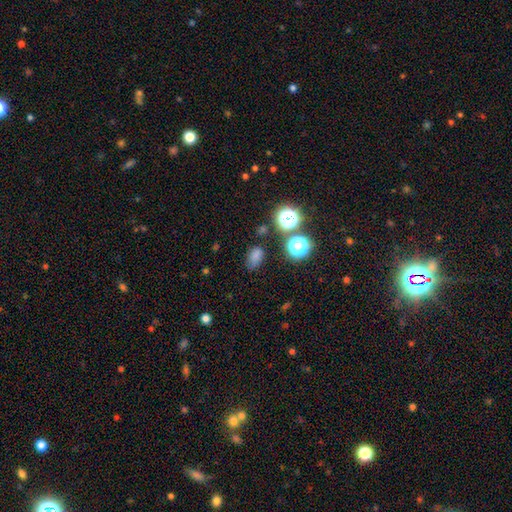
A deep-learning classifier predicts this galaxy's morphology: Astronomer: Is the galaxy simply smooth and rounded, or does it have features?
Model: smooth — 71%.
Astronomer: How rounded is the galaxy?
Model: in between — 73%.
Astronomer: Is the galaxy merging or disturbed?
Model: none — 67%.